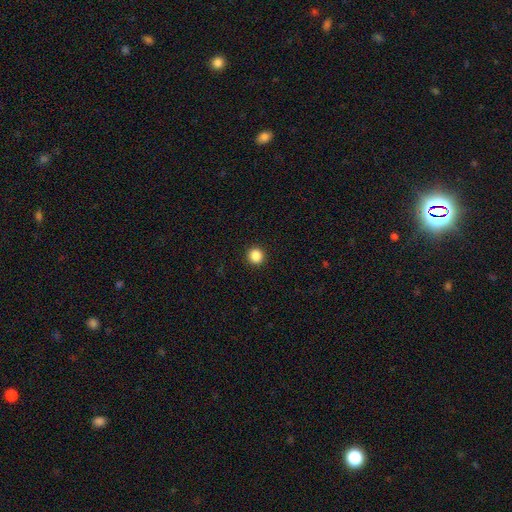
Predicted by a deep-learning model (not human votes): This is clearly a smooth galaxy (87%). How rounded: clearly round (94%). Merging: clearly none (93%).